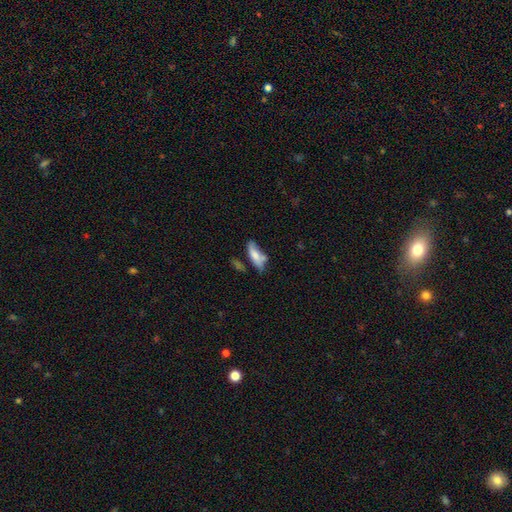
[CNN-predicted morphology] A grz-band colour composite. It shows a smooth galaxy with no disk features (69%) that is in between round and cigar-shaped (61%). Merging: none (46%).